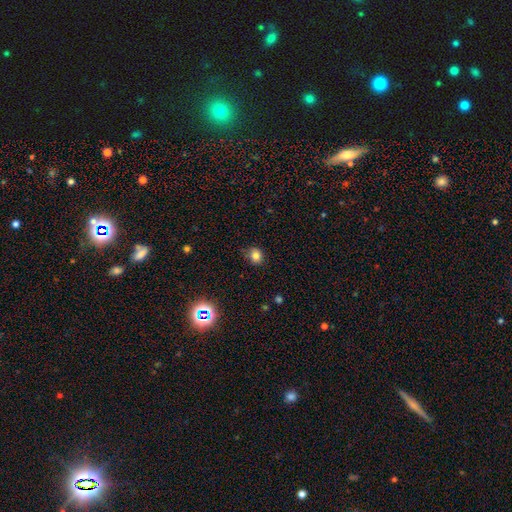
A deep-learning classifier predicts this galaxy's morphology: Smooth or featured?
  - smooth: 79% *
  - star or artifact: 14%
  - featured or disk: 6%
How rounded?
  - round: 70% *
  - in between: 29%
  - cigar-shaped: 1%
Merging?
  - none: 78% *
  - minor disturbance: 17%
  - major disturbance: 3%
  - merger: 1%